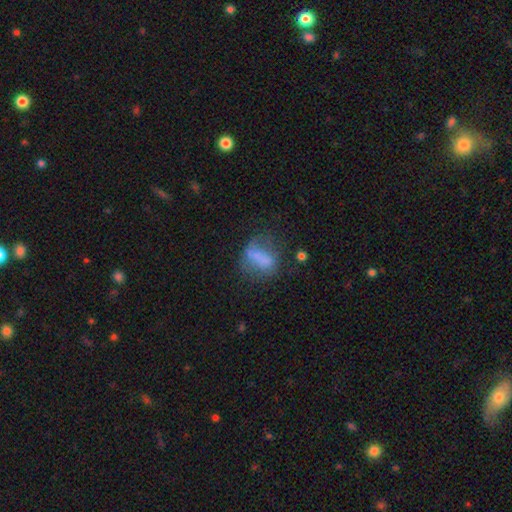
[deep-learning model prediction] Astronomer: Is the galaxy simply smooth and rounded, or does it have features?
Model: smooth — 55% (runner-up: featured or disk, 32%).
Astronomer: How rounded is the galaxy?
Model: in between — 61%.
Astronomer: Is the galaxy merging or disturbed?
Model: none — 42% (runner-up: major disturbance, 26%).